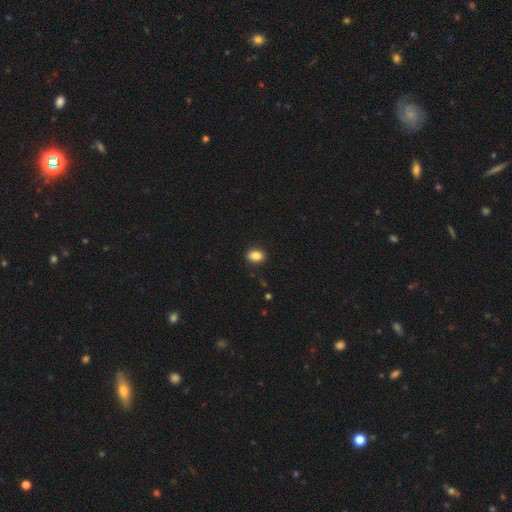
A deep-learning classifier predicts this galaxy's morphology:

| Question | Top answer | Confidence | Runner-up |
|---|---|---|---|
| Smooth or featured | smooth | 86% | star or artifact (9%) |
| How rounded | in between | 74% | round (25%) |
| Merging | none | 90% | minor disturbance (8%) |